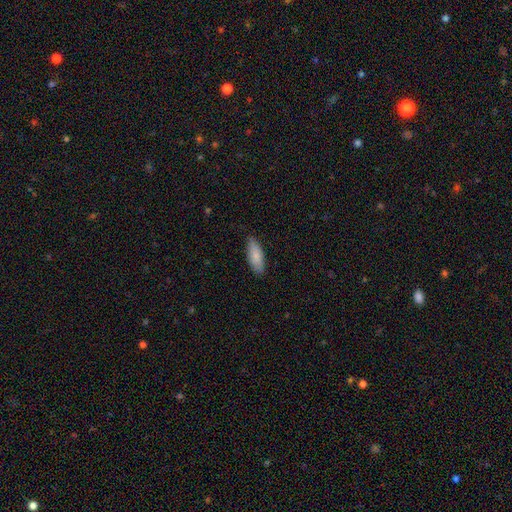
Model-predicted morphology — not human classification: Overall: smooth (84%). How rounded: in between (70%). Merging: none (82%).